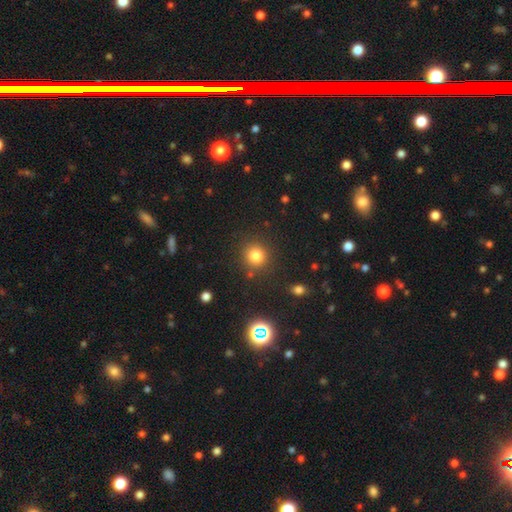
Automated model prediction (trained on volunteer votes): smooth 80%, star or artifact 14%, featured or disk 6%. Down the decision tree: how rounded — round (91%); merging — none (86%).